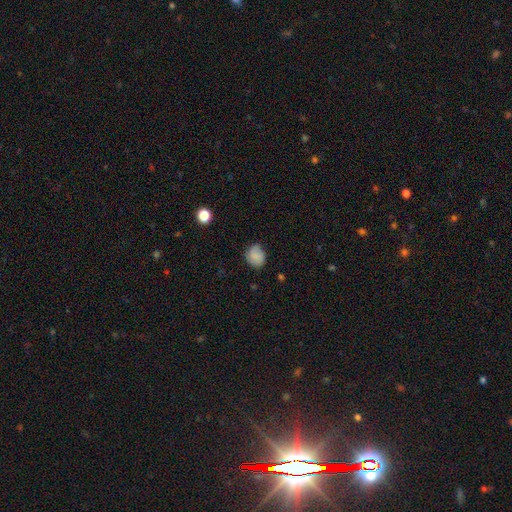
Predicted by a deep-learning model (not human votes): A smooth galaxy with no disk features (80%) that is round (69%). Merging: none (71%).